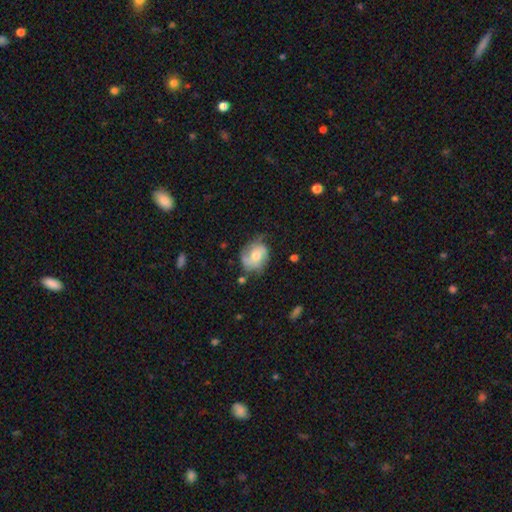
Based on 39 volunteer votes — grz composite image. It shows a featured or disk galaxy (49%) with no bar (68%), 2 (58%) tight (42%) spiral arms (63%) and a moderate central bulge (42%). Merging: none (40%, tied with minor disturbance).